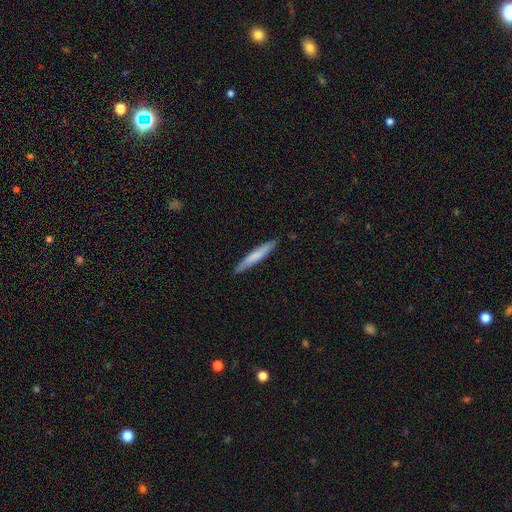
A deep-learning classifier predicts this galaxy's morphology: Overall: smooth (68%). How rounded: cigar-shaped (95%). Merging: none (87%).